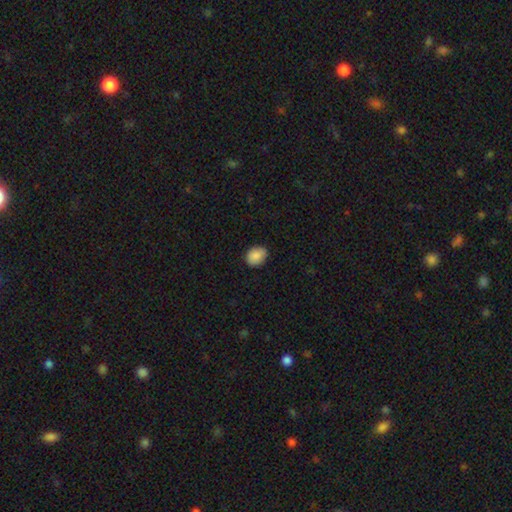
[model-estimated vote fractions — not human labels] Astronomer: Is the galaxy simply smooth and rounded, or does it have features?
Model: smooth — 88%.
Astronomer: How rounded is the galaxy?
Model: in between — 60% (runner-up: round, 40%).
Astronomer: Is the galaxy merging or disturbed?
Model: none — 83%.